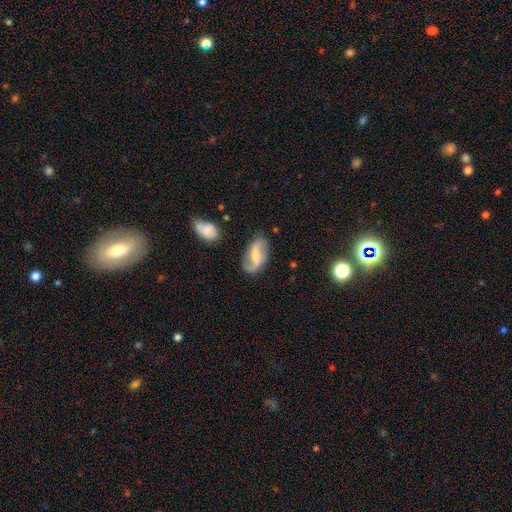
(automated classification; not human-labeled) featured or disk 81%, smooth 14%, star or artifact 6%. Down the decision tree: edge-on disk — no (96%); bar — weak (45%); spiral arms — yes (94%); spiral arm count — 2 (91%); spiral winding — loose (62%); bulge size — moderate (39%, tied with small); merging — none (78%).